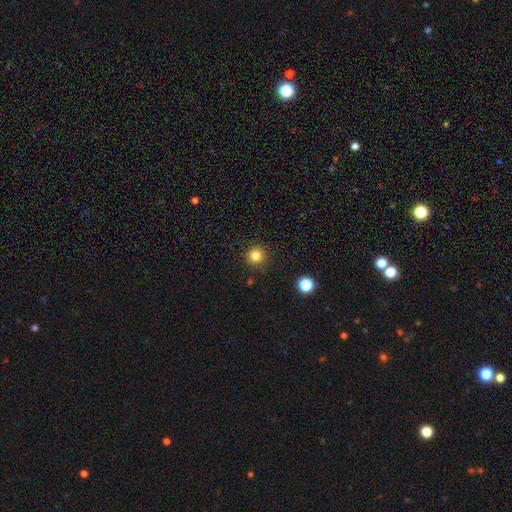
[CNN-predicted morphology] Smooth or featured? smooth (83%)
How rounded? round (95%)
Merging? none (91%)